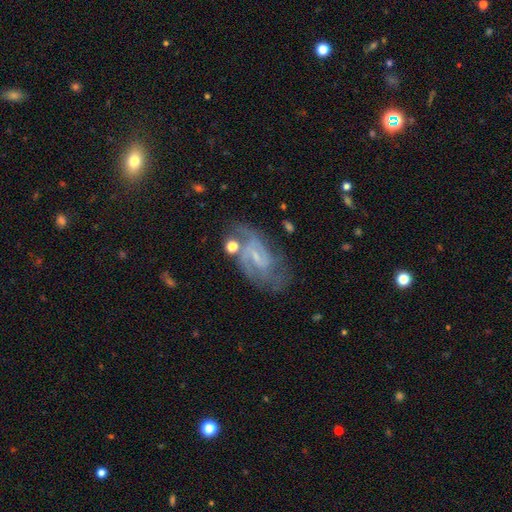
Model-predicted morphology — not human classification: A featured or disk galaxy (81%) with a weak bar (54%), 2 (68%) medium (49%) spiral arms (93%) and a small central bulge (61%).

Vote fractions:
- Smooth or featured? featured or disk: 81% / smooth: 11% / star or artifact: 8%
- Edge-on disk? no: 96% / yes: 4%
- Bar? weak: 54% / no: 26% / strong: 20%
- Spiral arms? yes: 93% / no: 7%
- Spiral winding? medium: 49% / tight: 34% / loose: 17%
- Spiral arm count? 2: 68% / can't tell: 14% / 3: 9% / 1: 4% / 4: 3% / more than 4: 2%
- Bulge size? small: 61% / none: 20% / moderate: 16% / large: 1% / dominant: 1%
- Merging? none: 62% / minor disturbance: 20% / major disturbance: 12% / merger: 6%